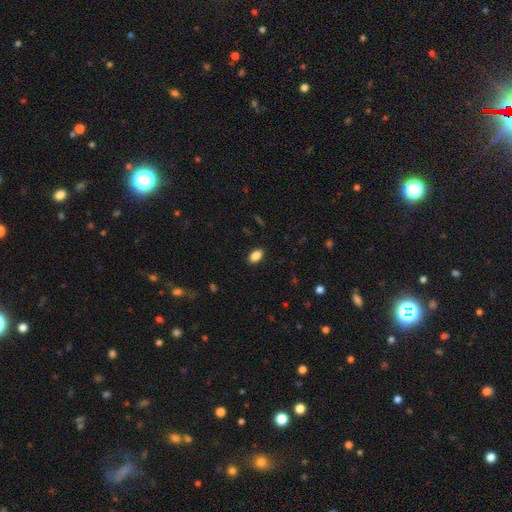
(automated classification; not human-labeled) Q: Smooth or featured?
A: smooth (87%); runner-up: star or artifact (9%)
Q: How rounded?
A: in between (90%); runner-up: round (8%)
Q: Merging?
A: none (88%); runner-up: minor disturbance (9%)